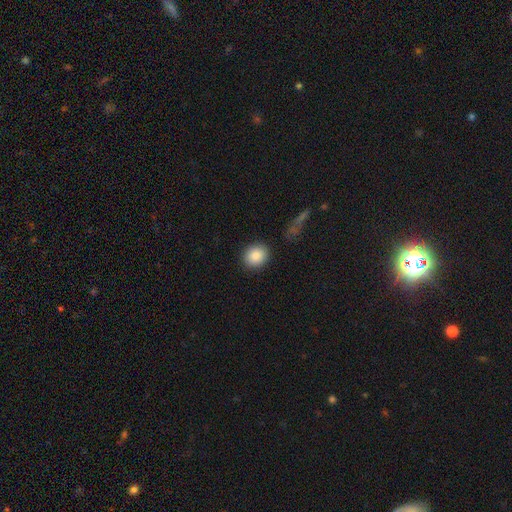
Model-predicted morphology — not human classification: Smooth or featured? Predicted: smooth (p=0.88). How rounded? Predicted: round (p=0.73). Merging? Predicted: none (p=0.89).